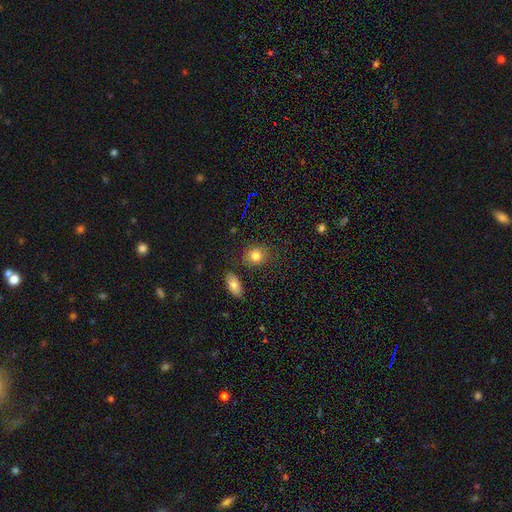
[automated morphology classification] Smooth or featured: smooth — 80% (star or artifact — 12%)
How rounded: round — 69% (in between — 29%)
Merging: none — 81% (minor disturbance — 11%)